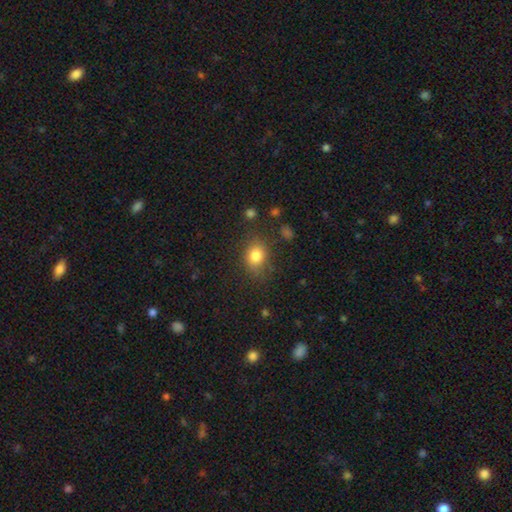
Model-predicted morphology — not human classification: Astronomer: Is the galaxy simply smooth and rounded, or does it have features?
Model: smooth — 81%.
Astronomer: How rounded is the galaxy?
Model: in between — 53% (runner-up: round, 45%).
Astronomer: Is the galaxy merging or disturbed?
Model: none — 75%.